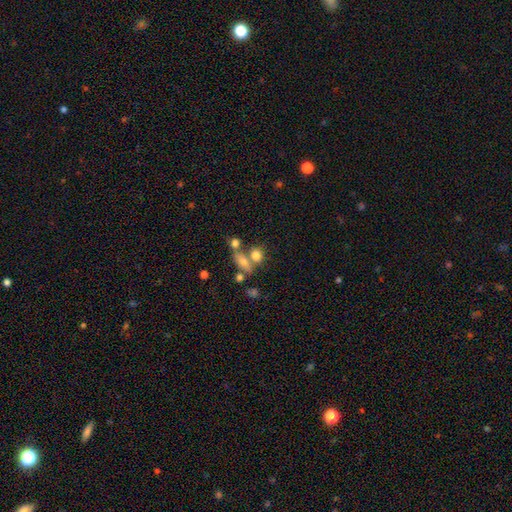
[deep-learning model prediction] Smooth or featured? smooth (74%)
How rounded? round (49%)
Merging? none (47%)